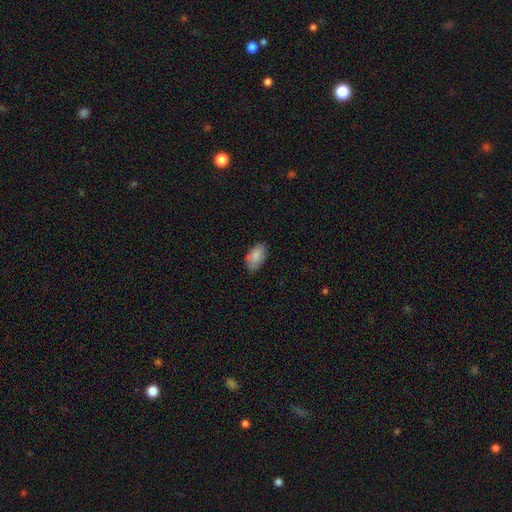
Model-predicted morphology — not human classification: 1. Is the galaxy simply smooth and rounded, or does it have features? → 84% smooth, 9% featured or disk, 7% star or artifact.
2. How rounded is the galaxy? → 94% in between, 4% round, 2% cigar-shaped.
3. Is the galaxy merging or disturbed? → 75% none, 20% minor disturbance, 3% major disturbance, 1% merger.